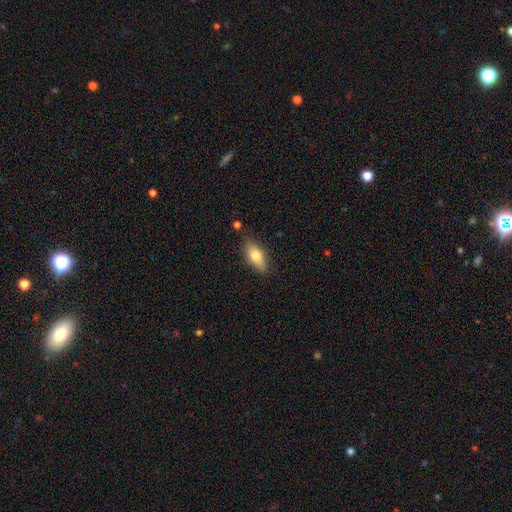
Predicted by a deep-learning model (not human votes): Overall: smooth (79%). How rounded: in between (83%). Merging: none (81%).